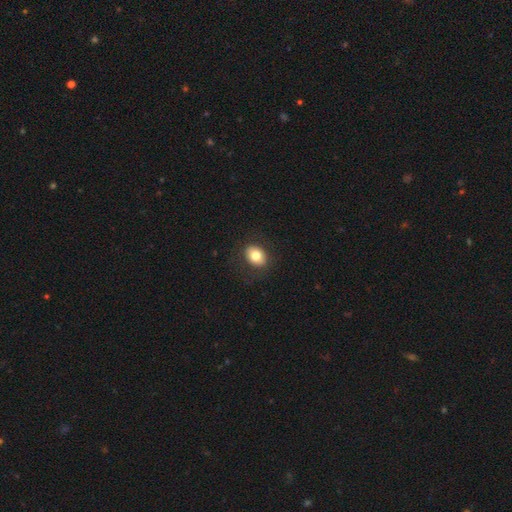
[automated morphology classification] Smooth or featured?
  - smooth: 78% *
  - featured or disk: 14%
  - star or artifact: 9%
How rounded?
  - in between: 60% *
  - round: 39%
  - cigar-shaped: 1%
Merging?
  - none: 85% *
  - minor disturbance: 10%
  - major disturbance: 4%
  - merger: 1%